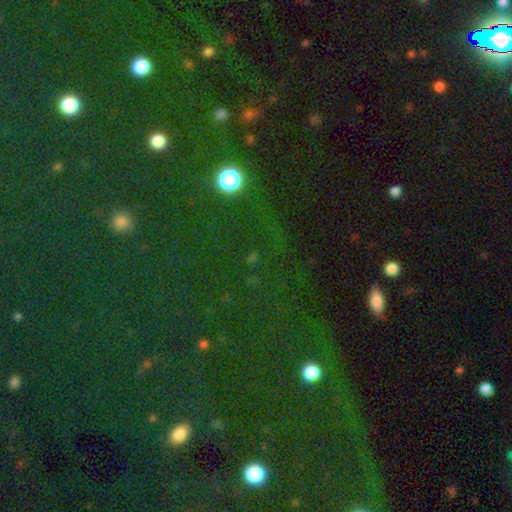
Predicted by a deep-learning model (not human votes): smooth-or-featured: star or artifact: 76% | smooth: 16% | featured or disk: 8%